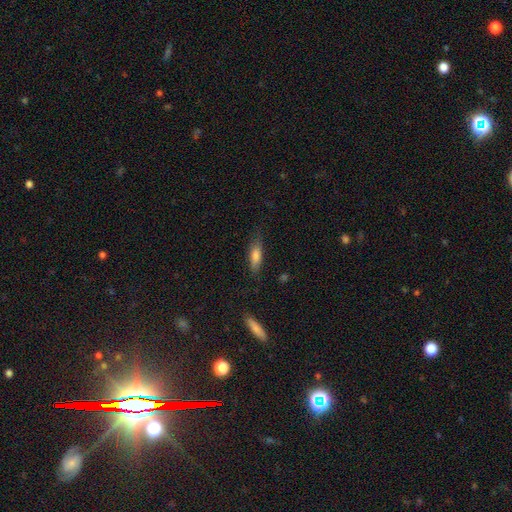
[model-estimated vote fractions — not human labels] smooth 71%, featured or disk 21%, star or artifact 8%. Down the decision tree: how rounded — cigar-shaped (58%); merging — none (73%).